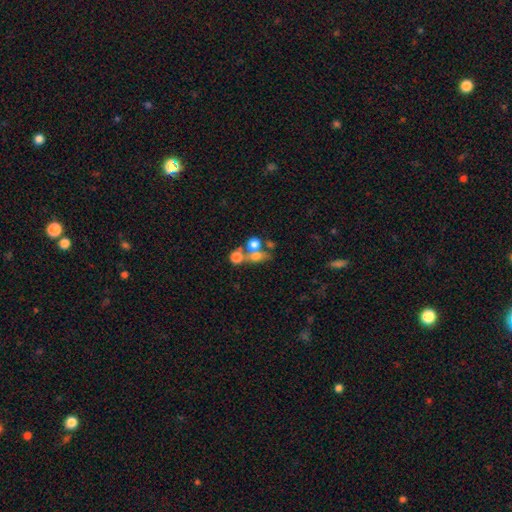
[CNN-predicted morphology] Q: Smooth or featured?
A: smooth (60%); runner-up: featured or disk (23%)
Q: How rounded?
A: round (57%); runner-up: in between (38%)
Q: Merging?
A: merger (47%); runner-up: none (36%)